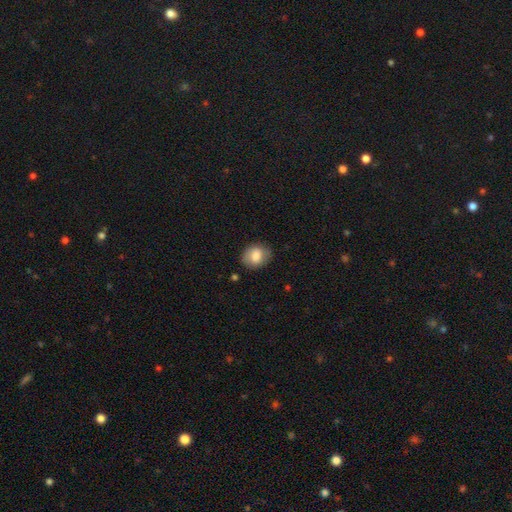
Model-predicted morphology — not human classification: This appears to be a smooth galaxy with no disk features (78%) that is in between round and cigar-shaped (51%). Merging: none (80%).